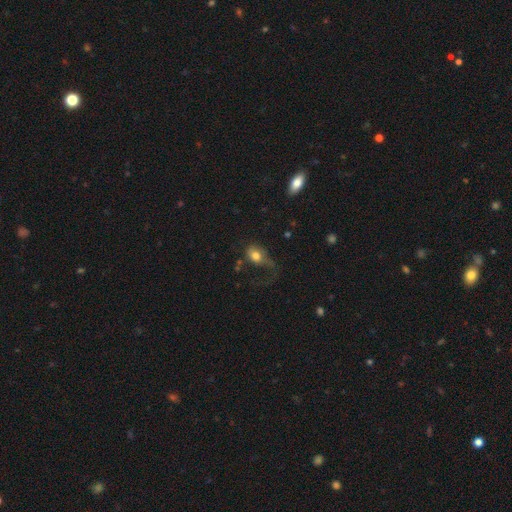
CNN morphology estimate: Q: Smooth or featured?
A: smooth (69%); runner-up: featured or disk (22%)
Q: How rounded?
A: in between (68%); runner-up: round (30%)
Q: Merging?
A: major disturbance (53%); runner-up: none (24%)